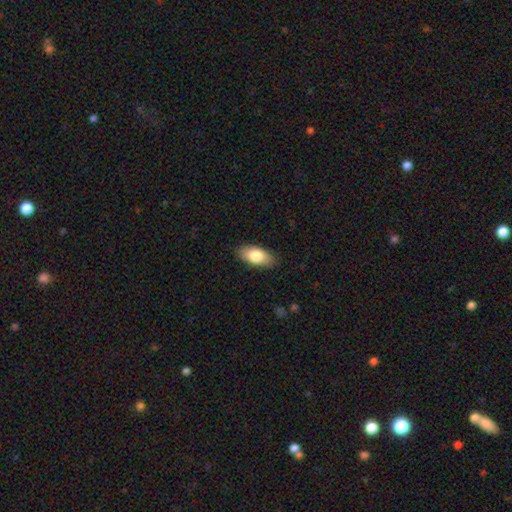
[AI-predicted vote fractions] Q: Smooth or featured?
A: smooth (81%); runner-up: featured or disk (12%)
Q: How rounded?
A: in between (91%); runner-up: cigar-shaped (6%)
Q: Merging?
A: none (86%); runner-up: minor disturbance (11%)